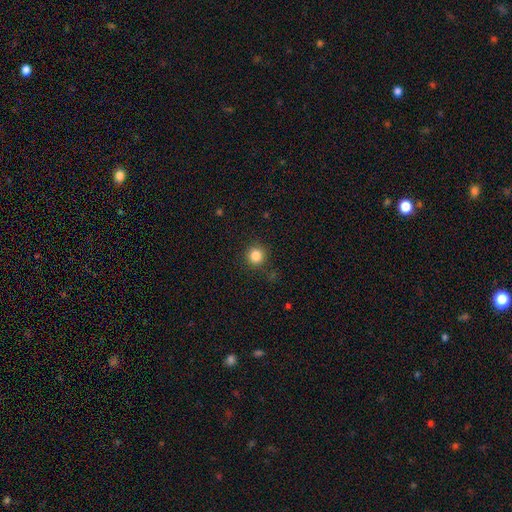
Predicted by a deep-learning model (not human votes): smooth-or-featured: smooth: 84% | star or artifact: 11% | featured or disk: 4%
  how-rounded: round: 93% | in between: 6% | cigar-shaped: 1%
  merging: none: 90% | minor disturbance: 7% | major disturbance: 2% | merger: 1%